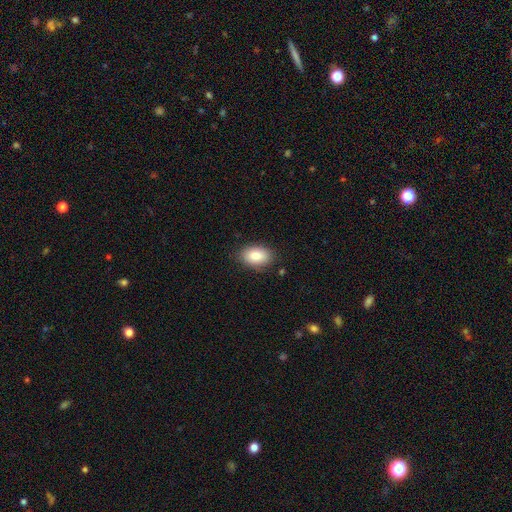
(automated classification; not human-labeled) Smooth or featured? Predicted: smooth (p=0.84). How rounded? Predicted: in between (p=0.88). Merging? Predicted: none (p=0.84).